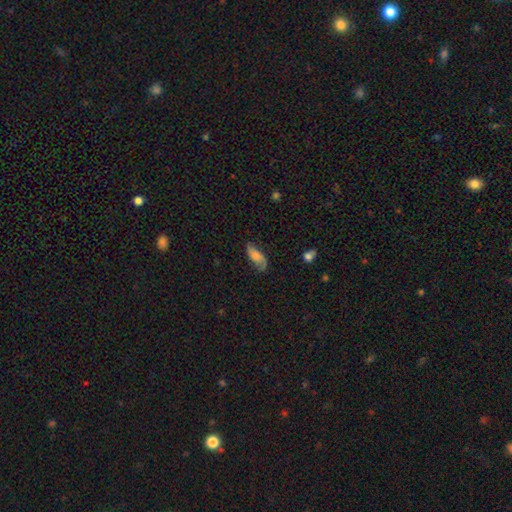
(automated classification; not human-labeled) smooth 56%, featured or disk 37%, star or artifact 8%. Down the decision tree: how rounded — in between (78%); merging — none (66%).